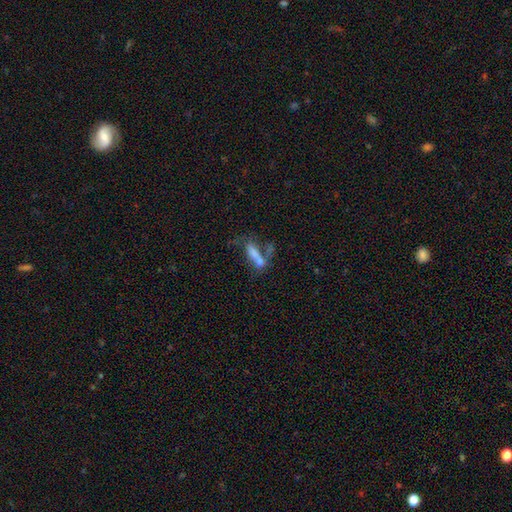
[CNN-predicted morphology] Overall: smooth (60%; featured or disk 27%). How rounded: in between (55%; cigar-shaped 40%). Merging: merger (51%; none 21%).